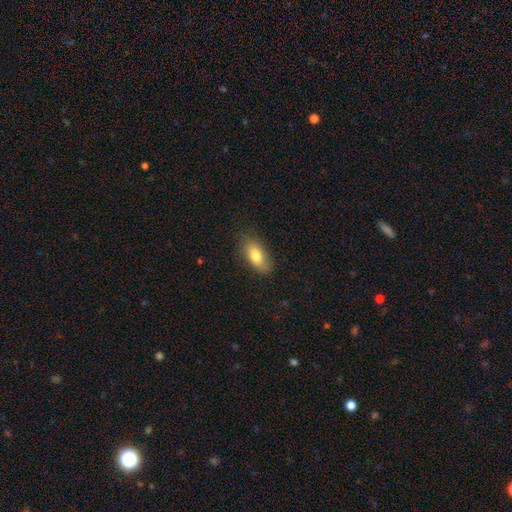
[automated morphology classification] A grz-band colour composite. It shows a smooth galaxy with no disk features (77%) that is in between round and cigar-shaped (87%). Merging: none (79%).